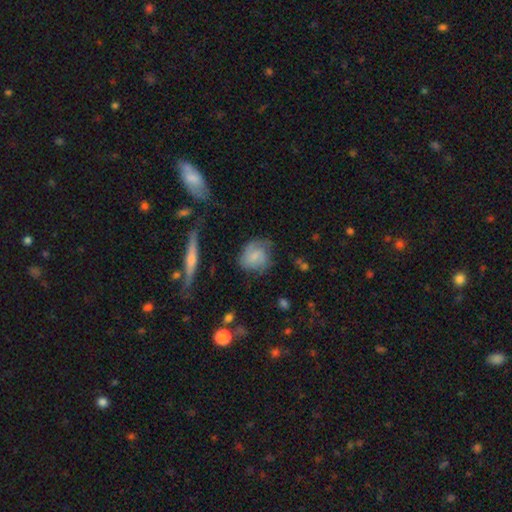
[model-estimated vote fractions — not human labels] Morphology: type=smooth (57%); roundness=round (68%); merging=none (59%).